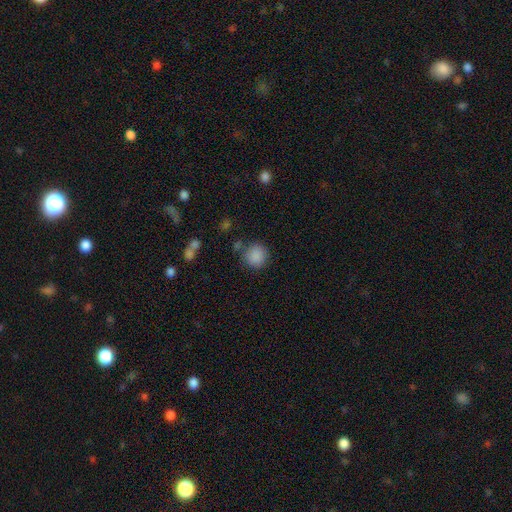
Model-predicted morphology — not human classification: Smooth or featured? smooth (86%)
How rounded? round (89%)
Merging? none (78%)